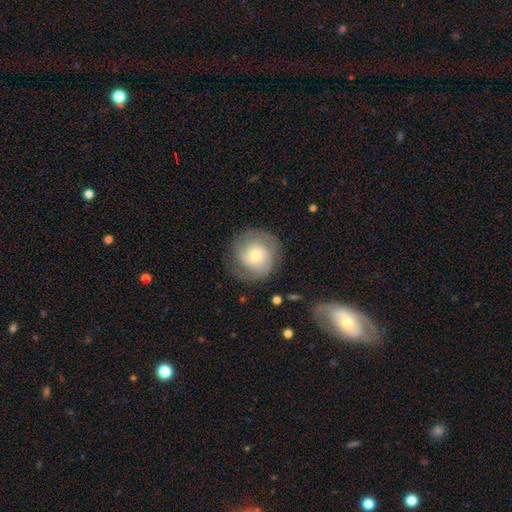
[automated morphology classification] smooth_or_featured: featured or disk (p=0.55) [alt: smooth p=0.38]
disk_edge_on: no (p=0.98) [alt: yes p=0.02]
bar: no (p=0.76) [alt: weak p=0.20]
has_spiral_arms: yes (p=0.81) [alt: no p=0.19]
bulge_size: small (p=0.47) [alt: moderate p=0.45]
merging: none (p=0.73) [alt: minor disturbance p=0.17]